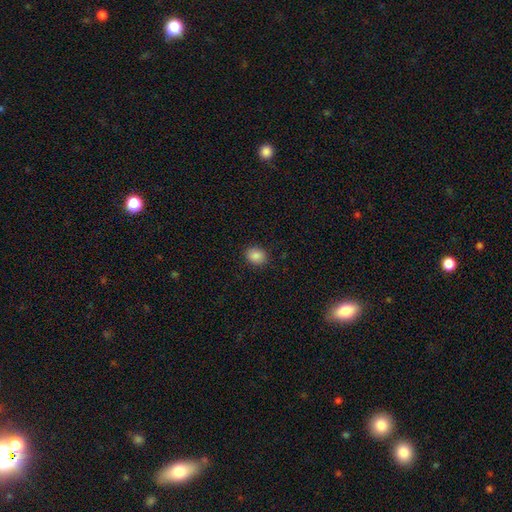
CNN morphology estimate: The model was most divided on "how rounded": in between: 51%, round: 48%, cigar-shaped: 1%. More confident: merging — none (89%); smooth or featured — smooth (87%).